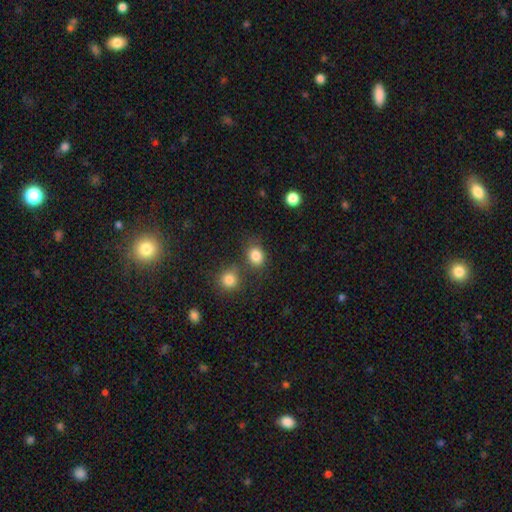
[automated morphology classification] The model was most divided on "how rounded": round: 56%, in between: 43%, cigar-shaped: 1%. More confident: smooth or featured — smooth (84%); merging — none (66%).